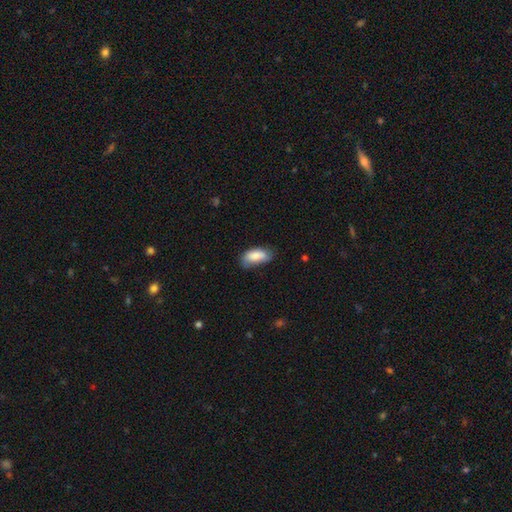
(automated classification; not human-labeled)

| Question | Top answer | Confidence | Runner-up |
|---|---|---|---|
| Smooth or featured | smooth | 81% | featured or disk (12%) |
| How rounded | in between | 89% | cigar-shaped (8%) |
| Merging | none | 52% | minor disturbance (35%) |